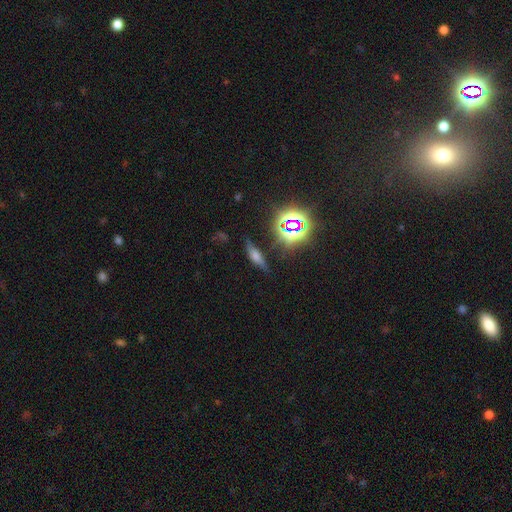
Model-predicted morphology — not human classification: The model was most divided on "smooth or featured": featured or disk: 37%, smooth: 36%, star or artifact: 26%. More confident: merging — none (79%).